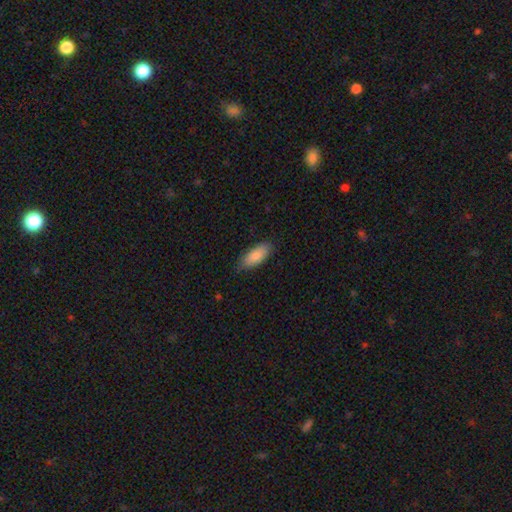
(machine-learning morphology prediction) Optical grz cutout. It shows a smooth galaxy with no disk features (87%) that is in between round and cigar-shaped (79%). Merging: none (81%).